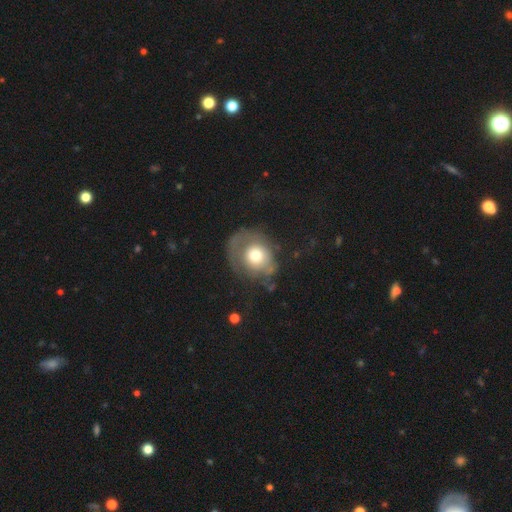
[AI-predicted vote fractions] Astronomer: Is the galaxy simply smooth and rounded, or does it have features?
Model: smooth — 59%.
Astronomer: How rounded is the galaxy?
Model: round — 67%.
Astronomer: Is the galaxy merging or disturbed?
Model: none — 40% (runner-up: major disturbance, 32%).